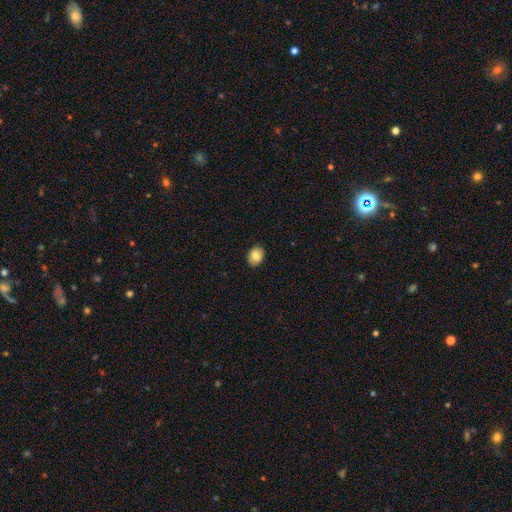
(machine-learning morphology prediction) smooth 84%, star or artifact 8%, featured or disk 8%. Down the decision tree: how rounded — in between (63%); merging — none (89%).